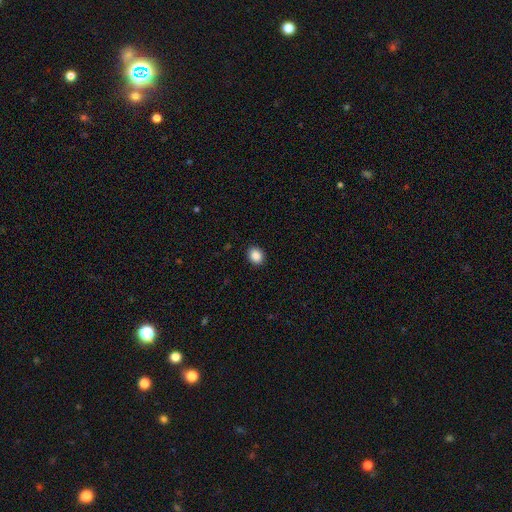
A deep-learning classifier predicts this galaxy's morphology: Q: Smooth or featured?
A: smooth (88%); runner-up: star or artifact (9%)
Q: How rounded?
A: round (55%); runner-up: in between (44%)
Q: Merging?
A: none (91%); runner-up: minor disturbance (6%)